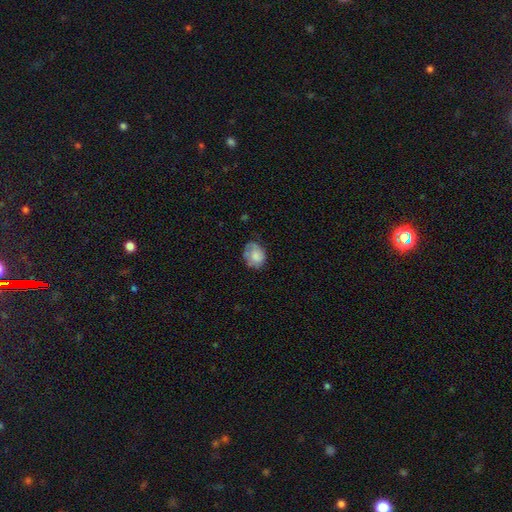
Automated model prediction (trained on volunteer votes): smooth_or_featured: smooth (p=0.75) [alt: featured or disk p=0.18]
how_rounded: in between (p=0.56) [alt: round p=0.43]
merging: none (p=0.54) [alt: minor disturbance p=0.33]